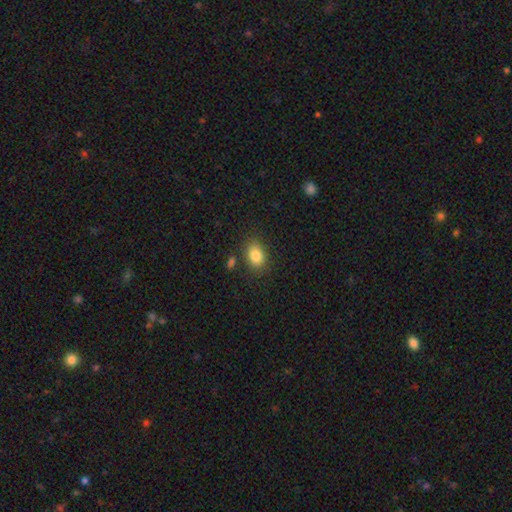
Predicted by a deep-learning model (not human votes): Smooth or featured? Predicted: smooth (p=0.84). How rounded? Predicted: in between (p=0.76). Merging? Predicted: none (p=0.79).